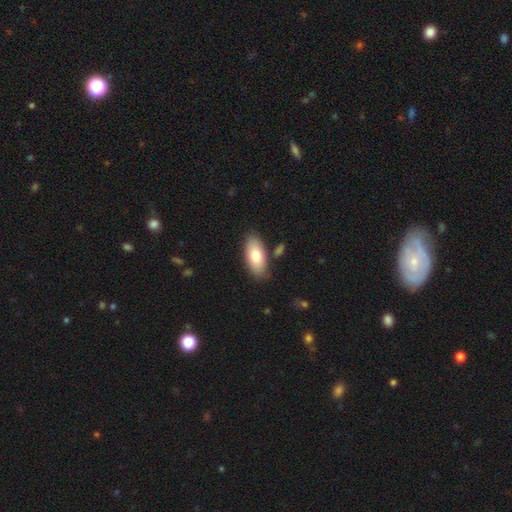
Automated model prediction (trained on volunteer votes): Smooth or featured? smooth (77%)
How rounded? in between (88%)
Merging? none (82%)